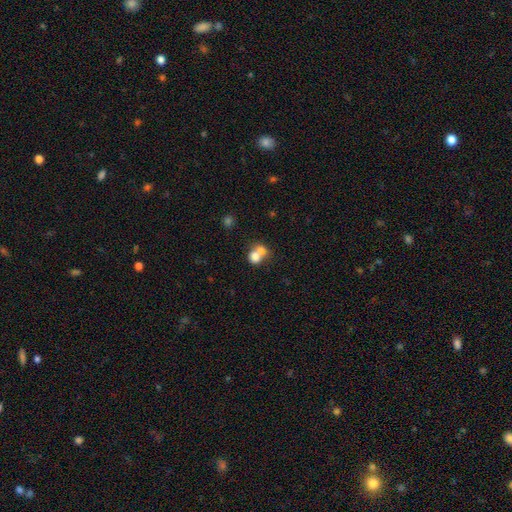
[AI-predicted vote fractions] smooth-or-featured: smooth: 74% | featured or disk: 16% | star or artifact: 10%
  how-rounded: round: 65% | in between: 34% | cigar-shaped: 1%
  merging: merger: 66% | none: 25% | minor disturbance: 6% | major disturbance: 3%